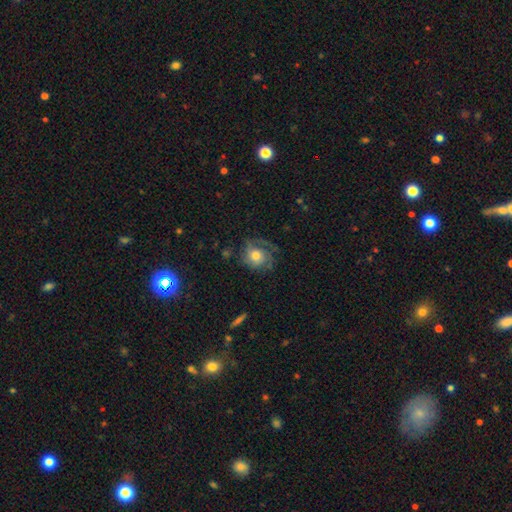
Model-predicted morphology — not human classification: featured or disk 57%, smooth 35%, star or artifact 9%. Down the decision tree: edge-on disk — no (97%); bar — no (82%); spiral arms — yes (84%); bulge size — moderate (61%); merging — none (59%).